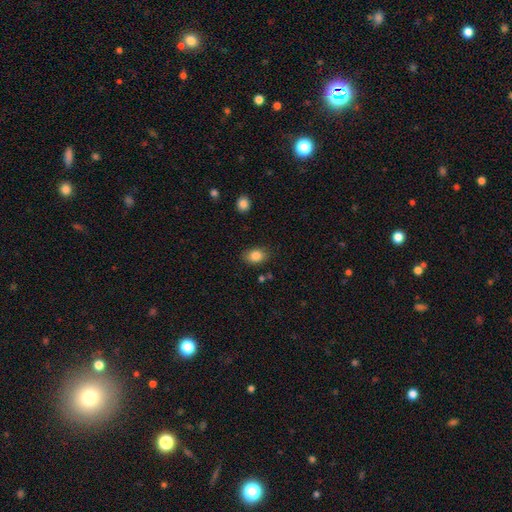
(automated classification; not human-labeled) smooth-or-featured: smooth: 85% | star or artifact: 8% | featured or disk: 6%
  how-rounded: in between: 77% | round: 22% | cigar-shaped: 1%
  merging: none: 82% | minor disturbance: 13% | major disturbance: 3% | merger: 2%